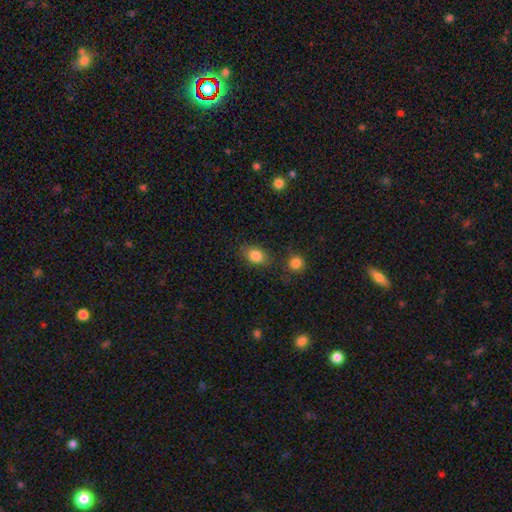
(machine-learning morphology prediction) smooth 84%, star or artifact 9%, featured or disk 7%. Down the decision tree: how rounded — in between (74%); merging — none (75%).